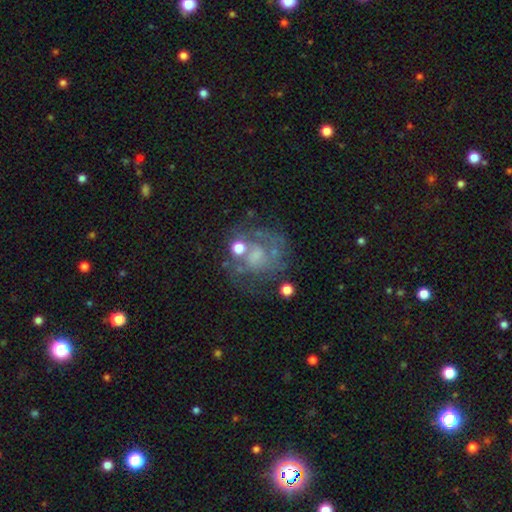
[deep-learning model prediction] Smooth or featured? featured or disk (58%)
Edge-on disk? no (98%)
Bar? no (76%)
Spiral arms? yes (54%)
Bulge size? moderate (32%)
Merging? none (49%)